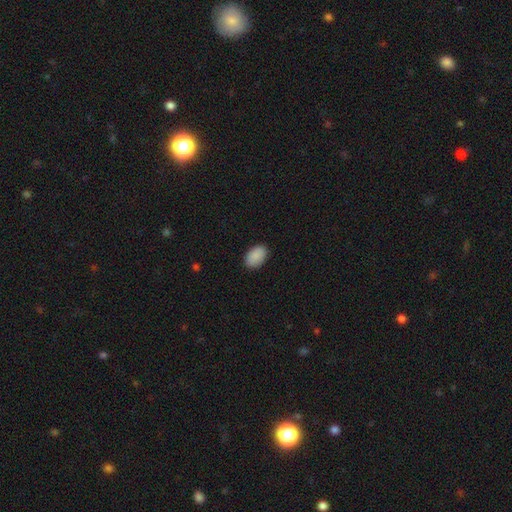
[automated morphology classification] smooth-or-featured: smooth: 90% | star or artifact: 7% | featured or disk: 3%
  how-rounded: in between: 90% | round: 9% | cigar-shaped: 1%
  merging: none: 89% | minor disturbance: 8% | major disturbance: 2% | merger: 1%